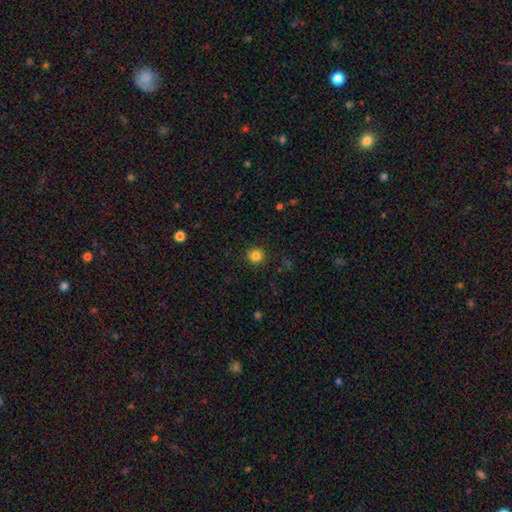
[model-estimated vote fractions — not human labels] Overall: smooth (84%). How rounded: round (93%). Merging: none (91%).